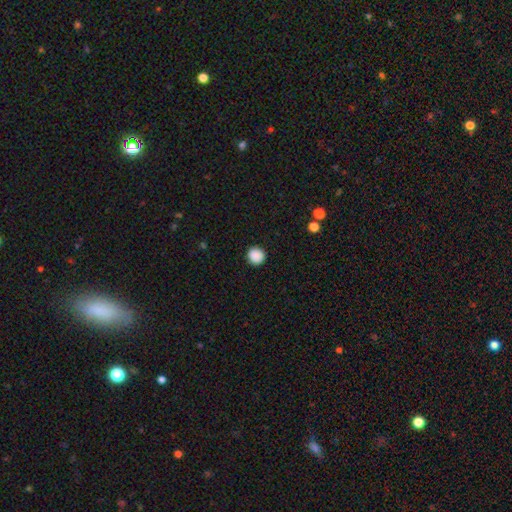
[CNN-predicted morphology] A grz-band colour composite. It shows a smooth galaxy with no disk features (89%) that is round (92%). Merging: none (91%).